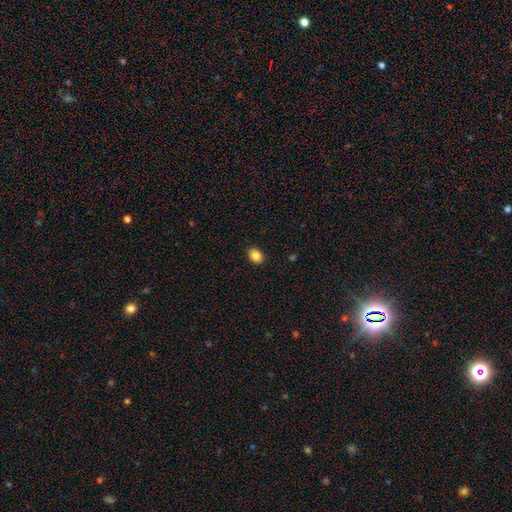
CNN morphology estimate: Smooth or featured?
  - smooth: 85% *
  - star or artifact: 9%
  - featured or disk: 5%
How rounded?
  - in between: 68% *
  - round: 31%
  - cigar-shaped: 1%
Merging?
  - none: 89% *
  - minor disturbance: 8%
  - major disturbance: 2%
  - merger: 1%